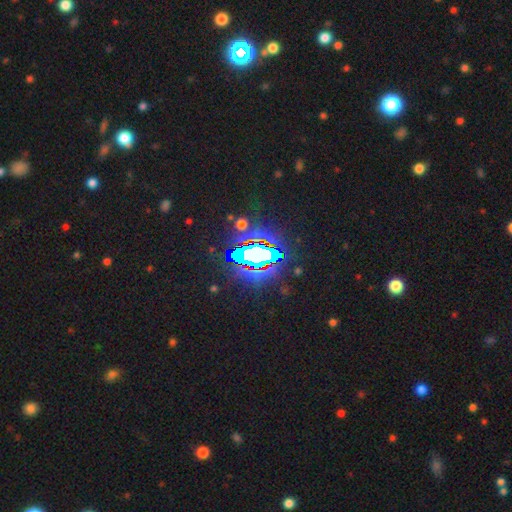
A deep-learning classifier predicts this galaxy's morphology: A star or artifact, not a galaxy (69%).

Vote fractions:
- Smooth or featured? star or artifact: 69% / smooth: 16% / featured or disk: 15%